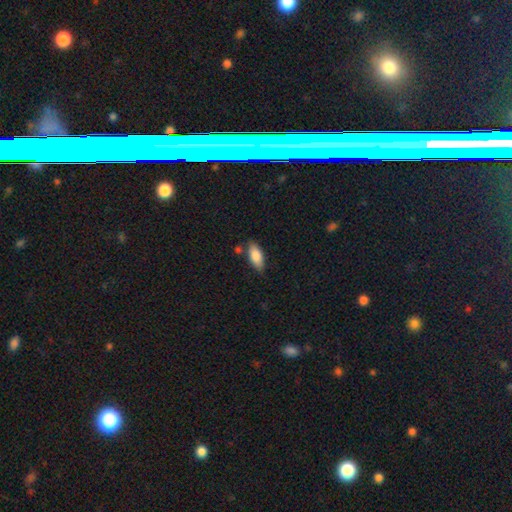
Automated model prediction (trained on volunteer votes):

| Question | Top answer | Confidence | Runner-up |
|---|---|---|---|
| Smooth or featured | smooth | 84% | featured or disk (10%) |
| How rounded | in between | 84% | cigar-shaped (14%) |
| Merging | none | 76% | minor disturbance (16%) |